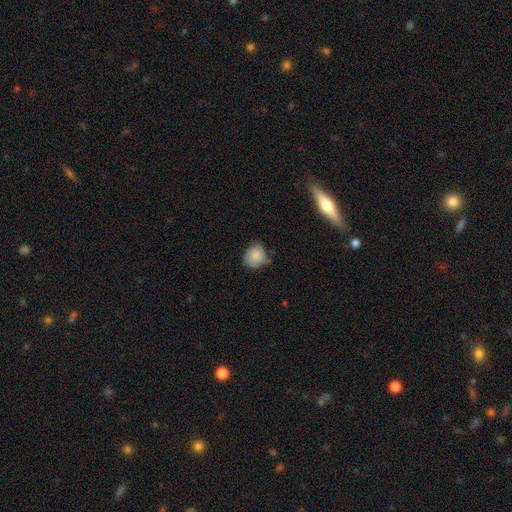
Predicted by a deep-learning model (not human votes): Morphology: type=smooth (82%); roundness=round (69%); merging=none (56%).